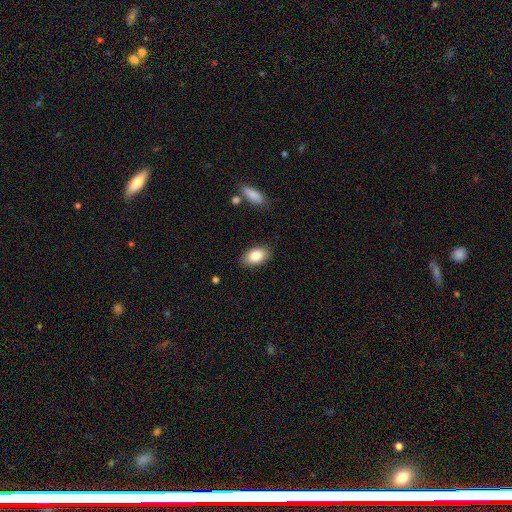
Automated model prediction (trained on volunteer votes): smooth_or_featured: smooth (p=0.86) [alt: featured or disk p=0.07]
how_rounded: in between (p=0.92) [alt: round p=0.06]
merging: none (p=0.86) [alt: minor disturbance p=0.10]